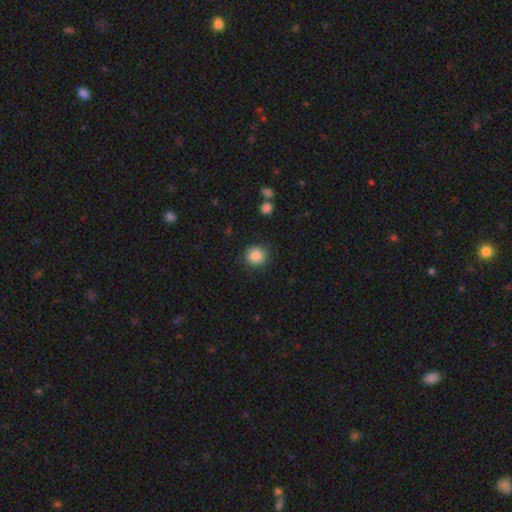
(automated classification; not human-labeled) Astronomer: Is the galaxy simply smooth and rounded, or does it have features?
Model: smooth — 86%.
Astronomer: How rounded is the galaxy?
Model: round — 90%.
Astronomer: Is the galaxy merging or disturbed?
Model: none — 87%.